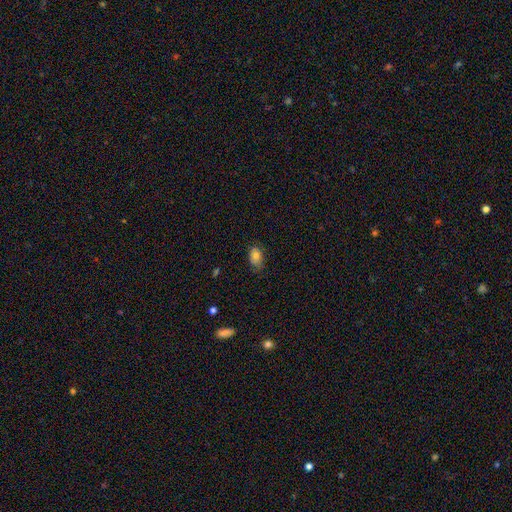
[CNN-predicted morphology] A smooth galaxy with no disk features (78%) that is in between round and cigar-shaped (86%). Merging: none (69%).